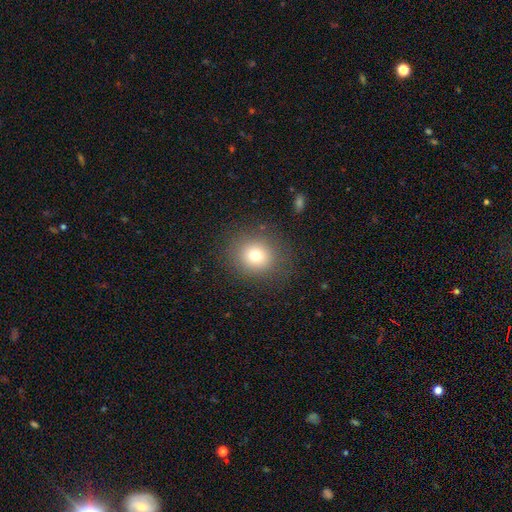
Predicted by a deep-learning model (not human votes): Smooth or featured? Predicted: smooth (p=0.74). How rounded? Predicted: round (p=0.87). Merging? Predicted: none (p=0.84).